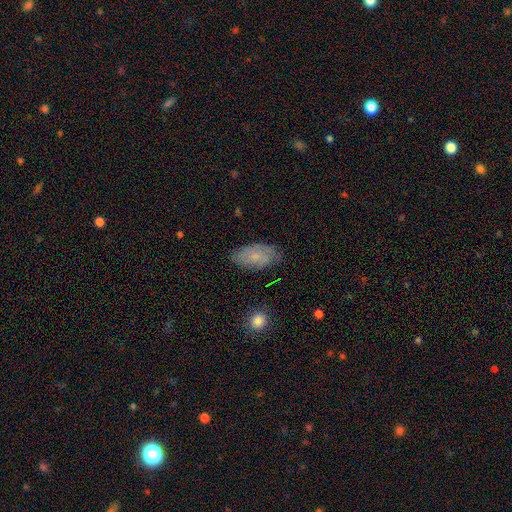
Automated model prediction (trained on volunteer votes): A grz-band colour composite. It shows a smooth galaxy with no disk features (55%) that is in between round and cigar-shaped (92%). Merging: none (70%).